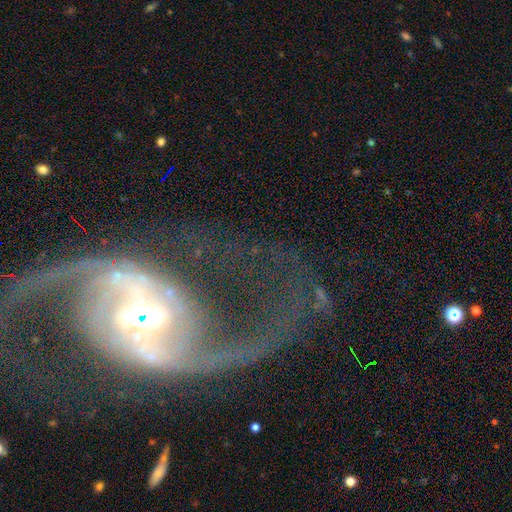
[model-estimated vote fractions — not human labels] This appears to be a featured or disk galaxy (91%) with a strong bar (45%), 2 (92%) loose (50%) spiral arms (97%) and a moderate central bulge (46%). Merging: none (66%).